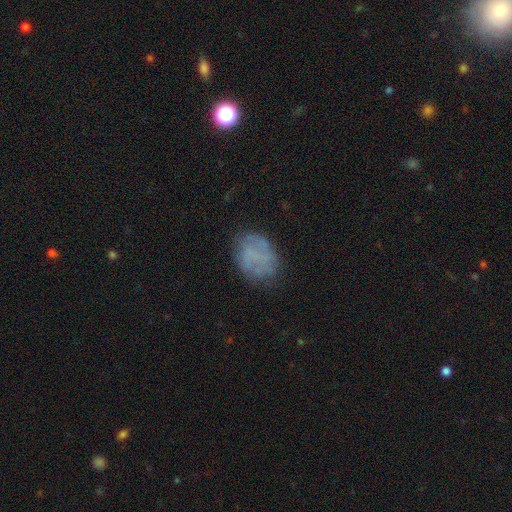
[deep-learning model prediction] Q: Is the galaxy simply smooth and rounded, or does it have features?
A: smooth — 50%.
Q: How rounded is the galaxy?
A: in between — 64%.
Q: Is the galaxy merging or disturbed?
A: none — 67%.